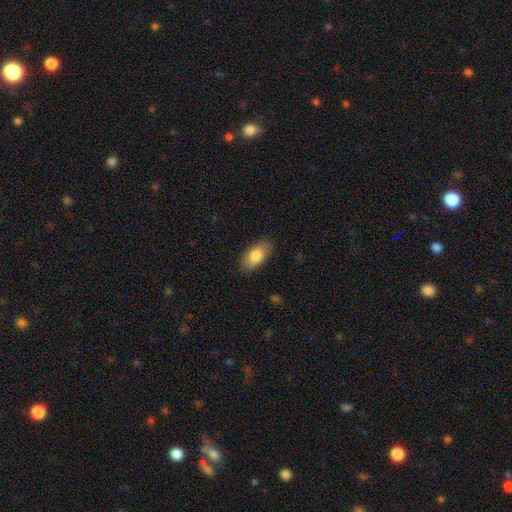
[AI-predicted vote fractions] A smooth galaxy with no disk features (83%) that is in between round and cigar-shaped (93%). Merging: none (86%).